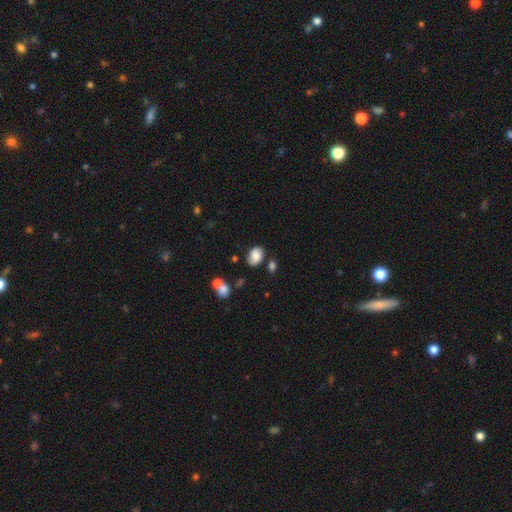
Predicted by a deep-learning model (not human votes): smooth-or-featured: smooth: 76% | featured or disk: 15% | star or artifact: 9%
  how-rounded: in between: 75% | round: 24% | cigar-shaped: 1%
  merging: none: 59% | minor disturbance: 25% | major disturbance: 8% | merger: 7%